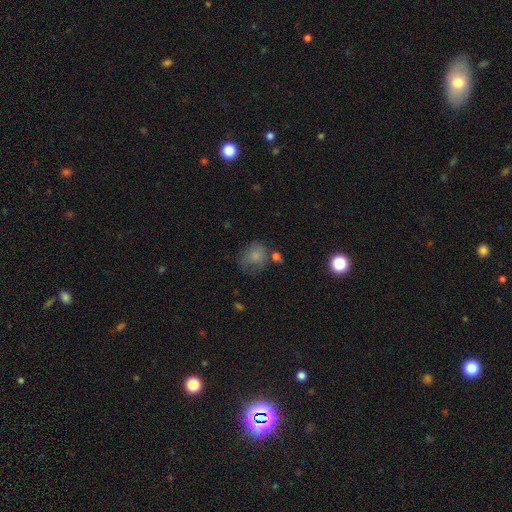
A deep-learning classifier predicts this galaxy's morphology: Overall: smooth (76%). How rounded: round (64%; in between 35%). Merging: none (50%; minor disturbance 26%).